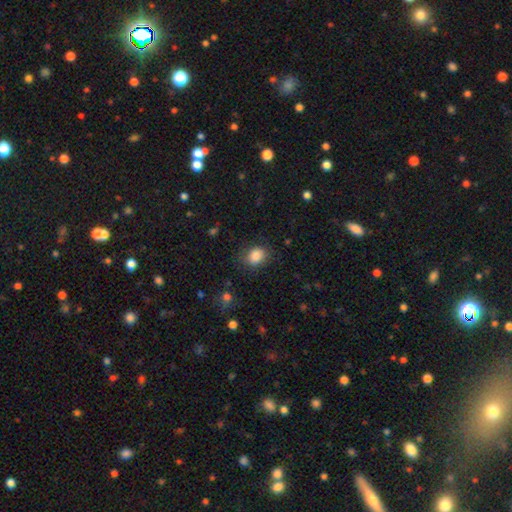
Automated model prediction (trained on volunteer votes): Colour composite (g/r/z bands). It shows a smooth galaxy with no disk features (86%) that is in between round and cigar-shaped (50%). Merging: none (73%).